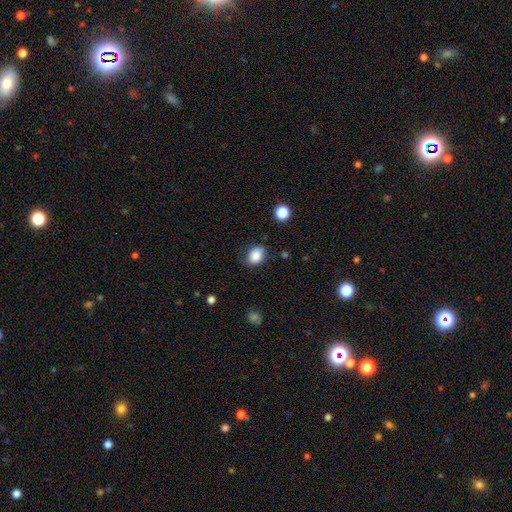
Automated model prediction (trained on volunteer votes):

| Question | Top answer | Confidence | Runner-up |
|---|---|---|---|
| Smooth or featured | smooth | 86% | star or artifact (9%) |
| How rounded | in between | 62% | round (37%) |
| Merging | none | 69% | minor disturbance (22%) |